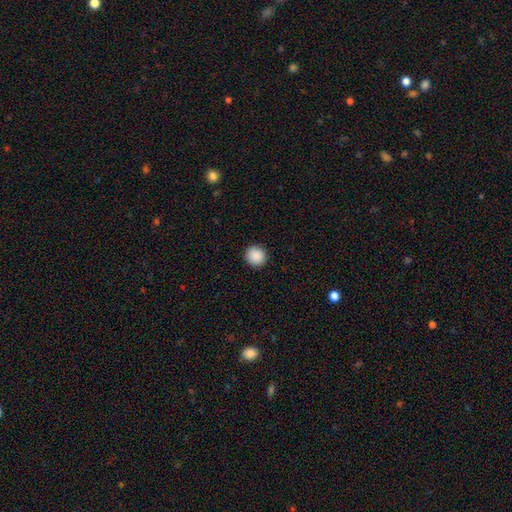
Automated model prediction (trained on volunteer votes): Smooth or featured?
  - smooth: 90% *
  - star or artifact: 8%
  - featured or disk: 2%
How rounded?
  - round: 93% *
  - in between: 6%
  - cigar-shaped: 1%
Merging?
  - none: 93% *
  - minor disturbance: 5%
  - major disturbance: 2%
  - merger: 1%